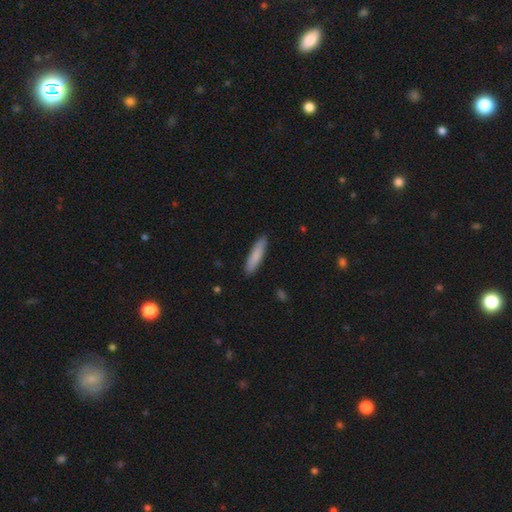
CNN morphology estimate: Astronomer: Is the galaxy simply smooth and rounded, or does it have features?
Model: smooth — 85%.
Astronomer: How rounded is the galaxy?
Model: cigar-shaped — 82%.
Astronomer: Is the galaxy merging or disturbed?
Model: none — 89%.